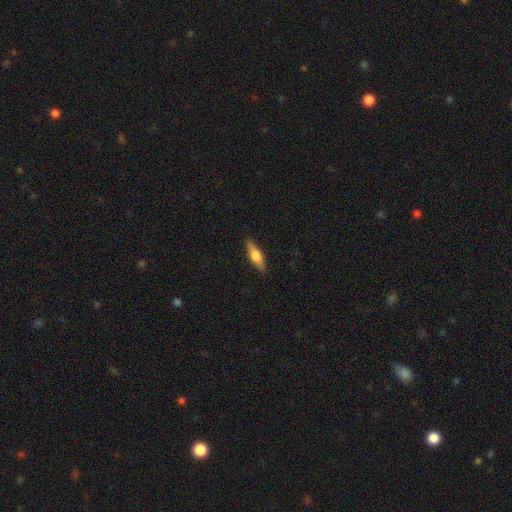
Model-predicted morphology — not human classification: Smooth or featured? Predicted: smooth (p=0.55). How rounded? Predicted: cigar-shaped (p=0.60). Merging? Predicted: none (p=0.88).